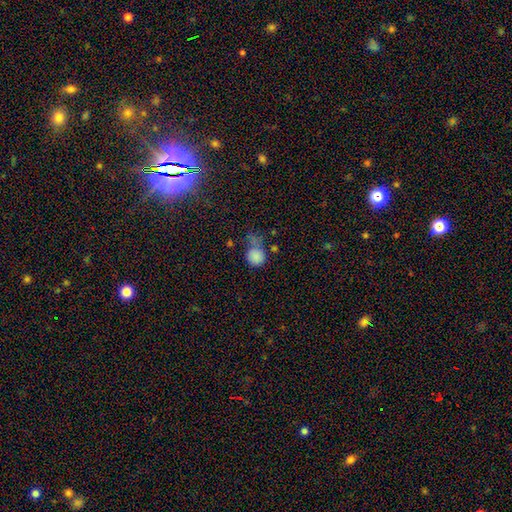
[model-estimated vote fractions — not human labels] smooth-or-featured: smooth: 82% | star or artifact: 11% | featured or disk: 7%
  how-rounded: round: 84% | in between: 15% | cigar-shaped: 1%
  merging: none: 41% | minor disturbance: 28% | major disturbance: 20% | merger: 11%